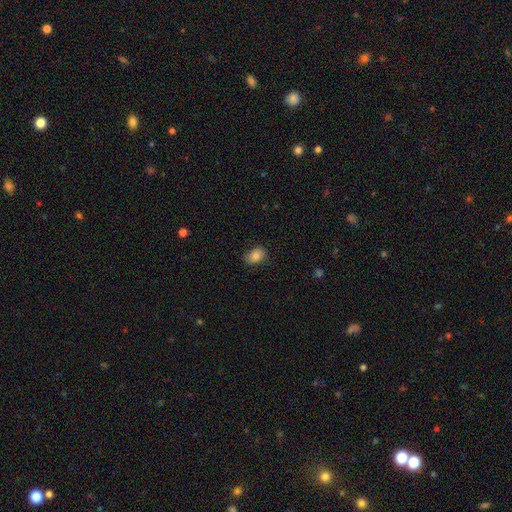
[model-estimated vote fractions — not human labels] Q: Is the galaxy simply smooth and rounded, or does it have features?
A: smooth — 77%.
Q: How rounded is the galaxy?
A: in between — 81%.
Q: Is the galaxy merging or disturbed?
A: none — 74%.